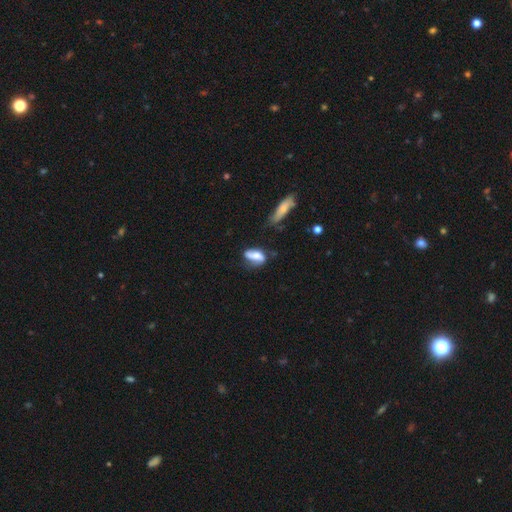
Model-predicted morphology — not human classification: A smooth galaxy with no disk features (46%). Merging: none (49%).